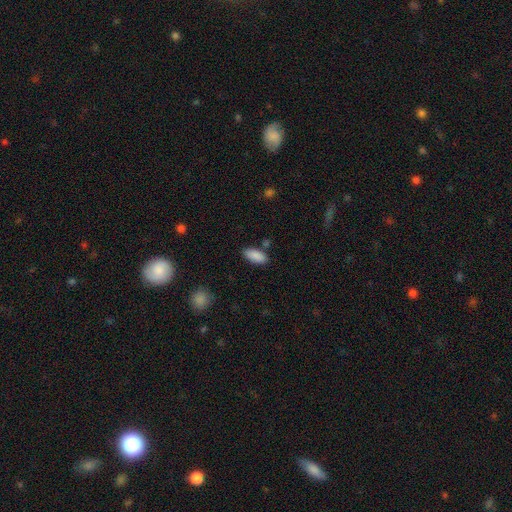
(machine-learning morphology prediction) type=smooth (89%); roundness=in between (86%); merging=none (81%).